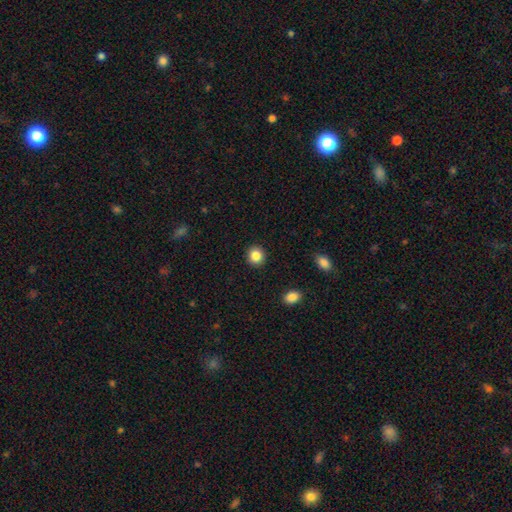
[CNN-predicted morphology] This is clearly a smooth galaxy (86%). How rounded: clearly round (87%). Merging: clearly none (92%).